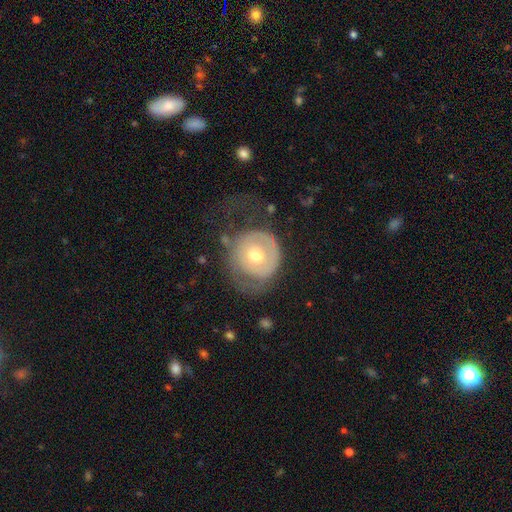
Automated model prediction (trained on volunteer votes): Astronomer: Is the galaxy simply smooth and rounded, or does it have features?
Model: featured or disk — 55% (runner-up: smooth, 39%).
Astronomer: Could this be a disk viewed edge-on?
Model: no — 96%.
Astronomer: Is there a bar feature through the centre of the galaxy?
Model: no — 83%.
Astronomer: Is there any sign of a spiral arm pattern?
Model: yes — 52% (runner-up: no, 48%).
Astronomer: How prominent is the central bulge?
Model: moderate — 66%.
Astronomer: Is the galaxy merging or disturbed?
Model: none — 40% (runner-up: major disturbance, 34%).